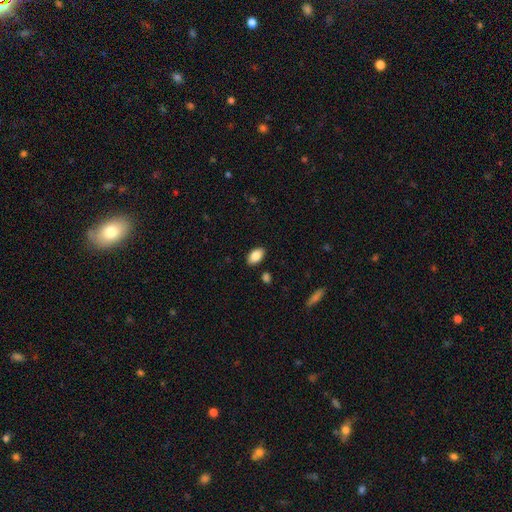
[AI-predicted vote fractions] smooth-or-featured: smooth: 86% | star or artifact: 7% | featured or disk: 7%
  how-rounded: in between: 94% | round: 4% | cigar-shaped: 2%
  merging: none: 88% | minor disturbance: 9% | merger: 2% | major disturbance: 2%